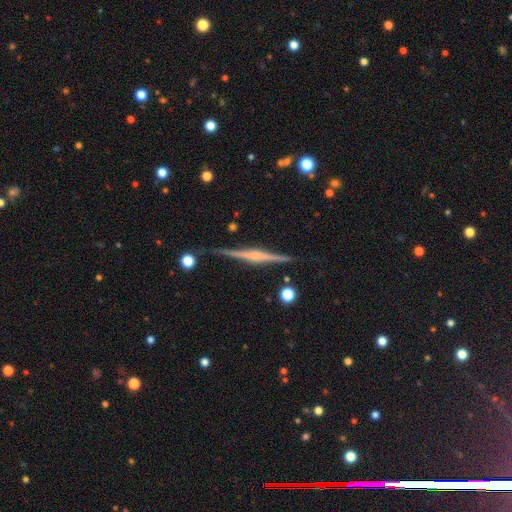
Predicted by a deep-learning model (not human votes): smooth_or_featured: featured or disk (p=0.84) [alt: smooth p=0.11]
disk_edge_on: yes (p=0.98) [alt: no p=0.02]
edge_on_bulge: rounded (p=0.68) [alt: boxy p=0.20]
merging: none (p=0.88) [alt: minor disturbance p=0.09]